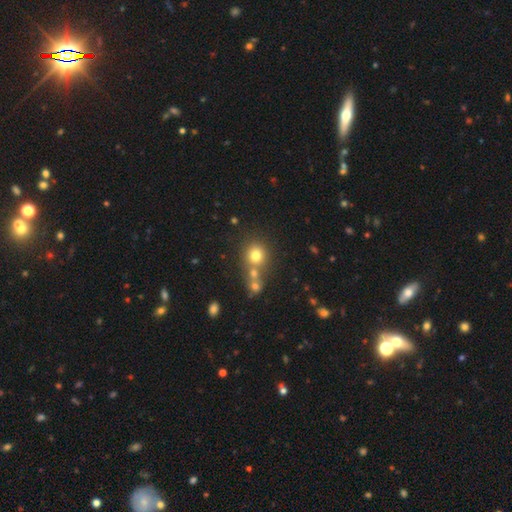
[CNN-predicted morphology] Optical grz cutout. It shows a smooth galaxy with no disk features (75%) that is round (85%). Merging: none (54%).